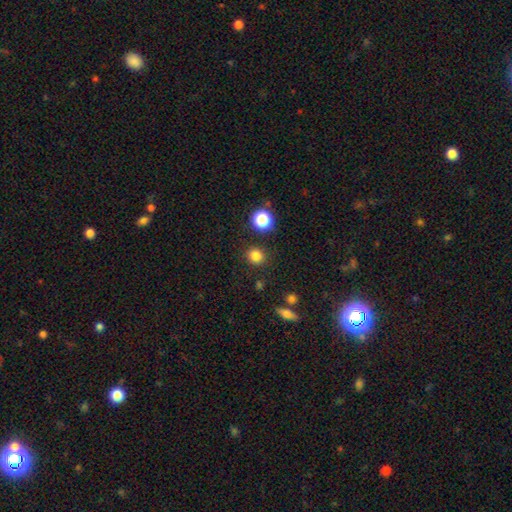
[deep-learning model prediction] Smooth or featured: smooth — 82% (star or artifact — 13%)
How rounded: round — 89% (in between — 10%)
Merging: none — 88% (minor disturbance — 7%)